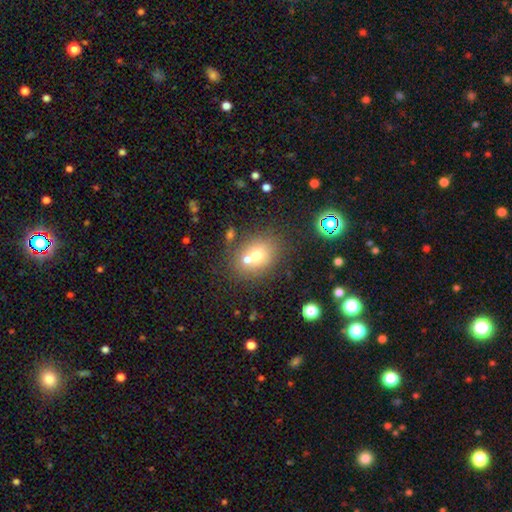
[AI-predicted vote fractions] Morphology: type=smooth (67%); roundness=round (57%); merging=none (50%).